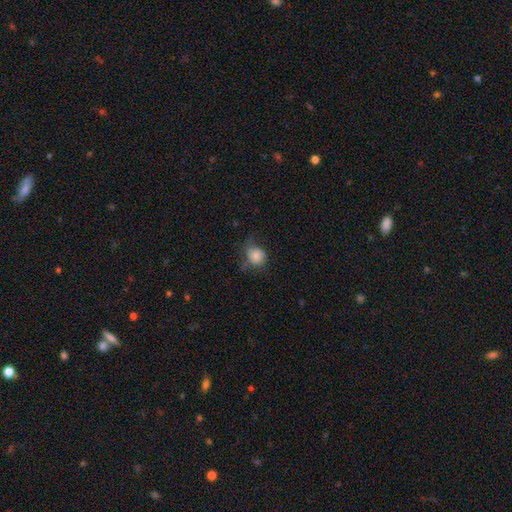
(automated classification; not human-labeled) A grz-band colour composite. It shows a smooth galaxy with no disk features (78%) that is round (70%). Merging: none (51%).